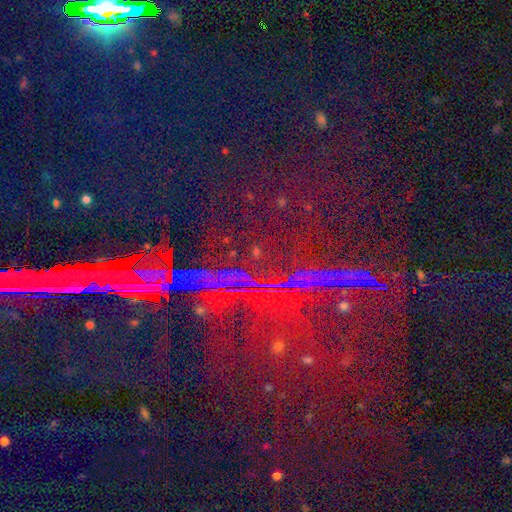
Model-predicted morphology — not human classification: type=star or artifact (86%).